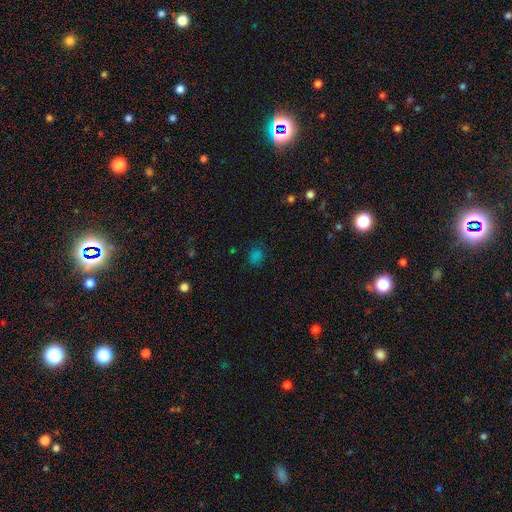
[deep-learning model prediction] A smooth galaxy with no disk features (70%) that is round (58%).

Vote fractions:
- Smooth or featured? smooth: 70% / star or artifact: 26% / featured or disk: 5%
- How rounded? round: 58% / in between: 40% / cigar-shaped: 1%
- Merging? none: 81% / minor disturbance: 13% / major disturbance: 4% / merger: 2%